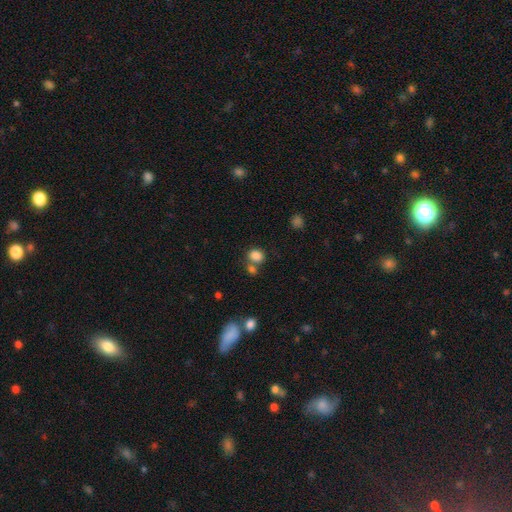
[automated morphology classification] Smooth or featured?
  - smooth: 83% *
  - star or artifact: 11%
  - featured or disk: 6%
How rounded?
  - round: 58% *
  - in between: 41%
  - cigar-shaped: 1%
Merging?
  - none: 55% *
  - merger: 29%
  - minor disturbance: 12%
  - major disturbance: 5%